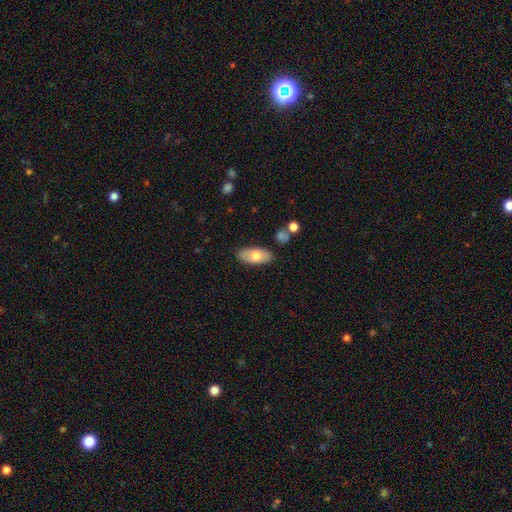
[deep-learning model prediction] Smooth or featured: smooth — 67% (featured or disk — 27%)
How rounded: in between — 89% (cigar-shaped — 8%)
Merging: none — 83% (minor disturbance — 12%)